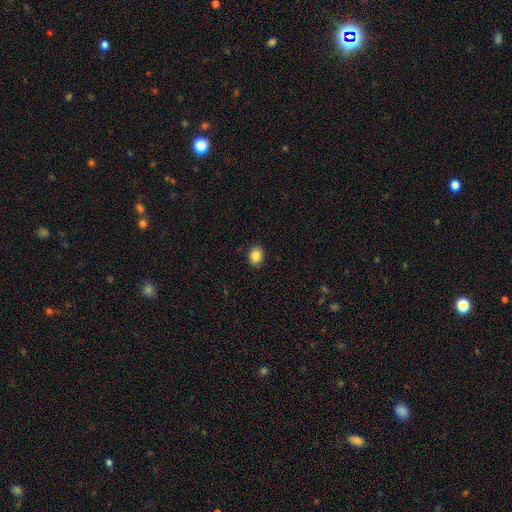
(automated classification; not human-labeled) Q: Smooth or featured?
A: smooth (85%); runner-up: star or artifact (9%)
Q: How rounded?
A: in between (53%); runner-up: round (46%)
Q: Merging?
A: none (90%); runner-up: minor disturbance (7%)